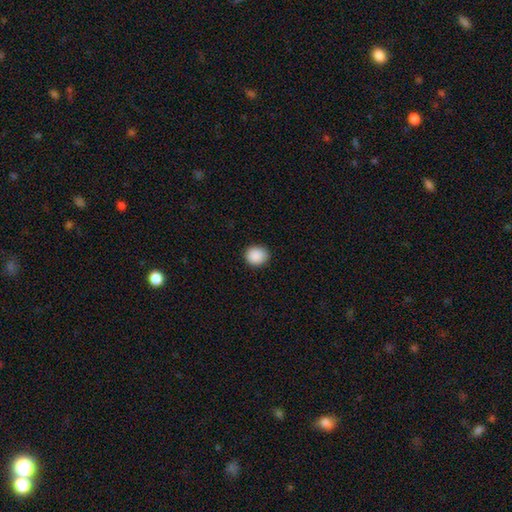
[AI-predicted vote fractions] smooth 90%, star or artifact 8%, featured or disk 2%. Down the decision tree: how rounded — round (77%); merging — none (90%).